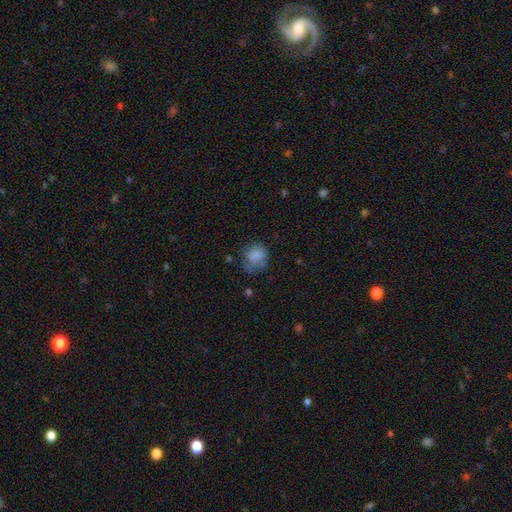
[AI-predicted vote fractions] Smooth or featured? Predicted: smooth (p=0.77). How rounded? Predicted: round (p=0.64). Merging? Predicted: none (p=0.49).